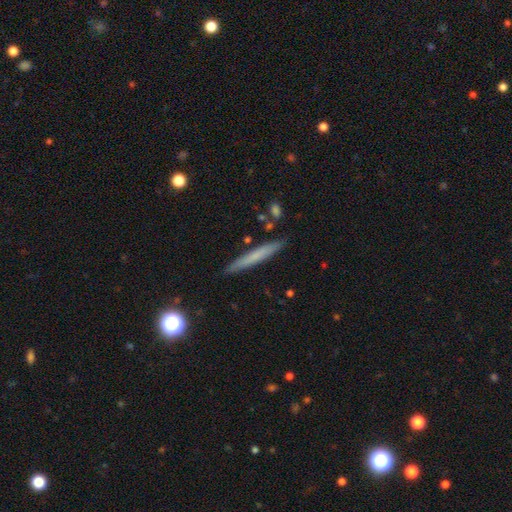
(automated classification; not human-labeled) A smooth galaxy with no disk features (61%) that is cigar-shaped (96%). Merging: none (88%).